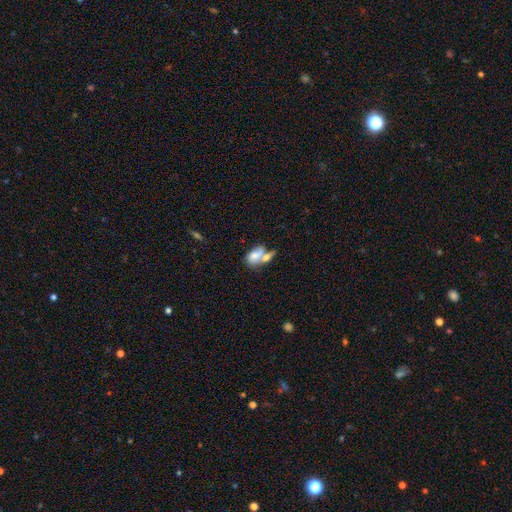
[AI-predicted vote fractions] This is likely a smooth galaxy (71%). How rounded: clearly in between (85%). Merging: possibly merger (56%).